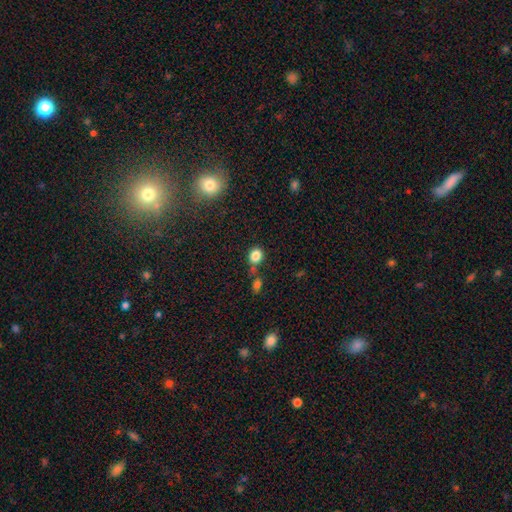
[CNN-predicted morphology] smooth-or-featured: smooth: 83% | star or artifact: 11% | featured or disk: 6%
  how-rounded: round: 60% | in between: 38% | cigar-shaped: 1%
  merging: none: 60% | merger: 20% | minor disturbance: 15% | major disturbance: 5%